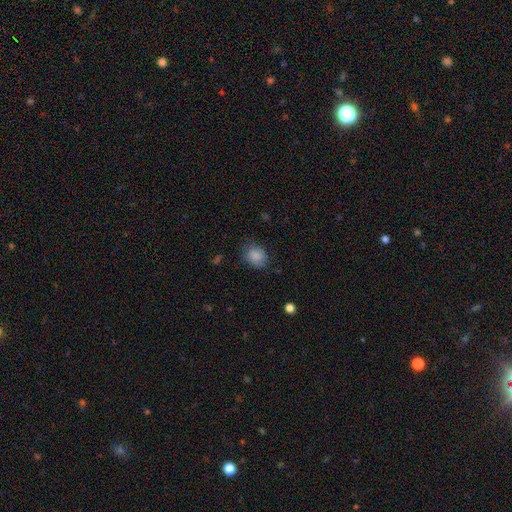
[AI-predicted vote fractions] smooth_or_featured: smooth (p=0.86) [alt: star or artifact p=0.09]
how_rounded: round (p=0.61) [alt: in between p=0.38]
merging: none (p=0.70) [alt: minor disturbance p=0.22]